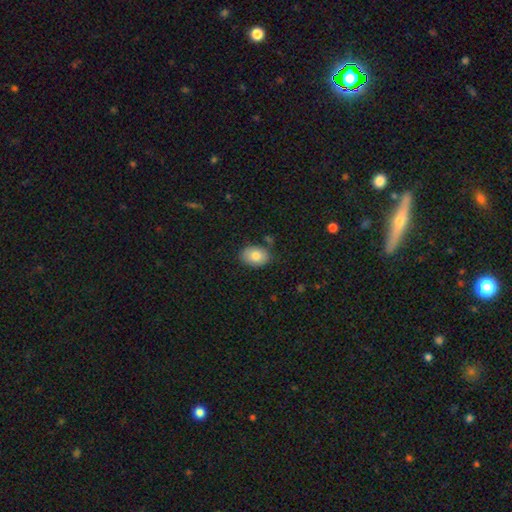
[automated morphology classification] type=smooth (79%); roundness=in between (75%); merging=none (79%).